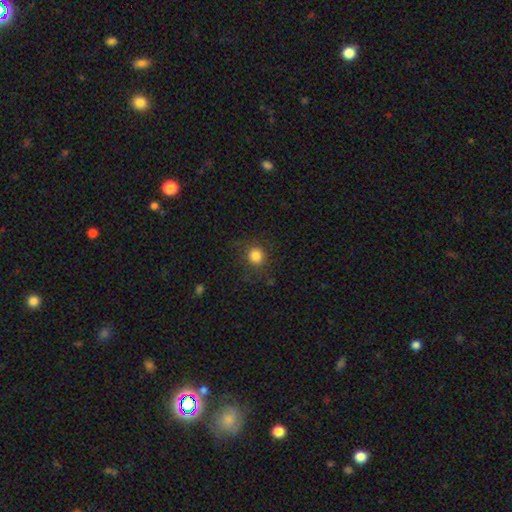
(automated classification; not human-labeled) This appears to be a smooth galaxy with no disk features (84%) that is round (87%). Merging: none (82%).